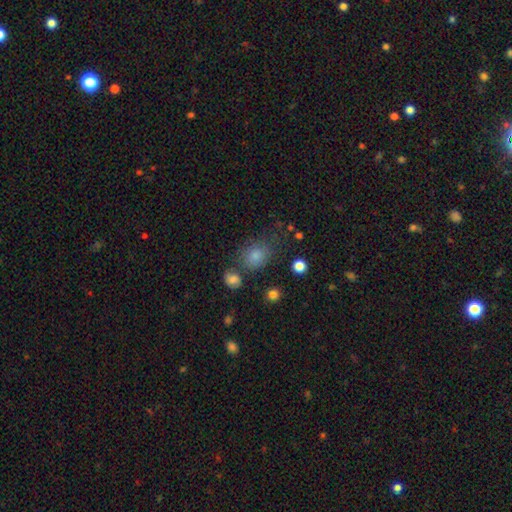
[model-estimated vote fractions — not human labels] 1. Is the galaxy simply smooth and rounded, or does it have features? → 79% smooth, 12% star or artifact, 9% featured or disk.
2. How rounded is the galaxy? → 57% round, 42% in between, 1% cigar-shaped.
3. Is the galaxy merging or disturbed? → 62% none, 19% minor disturbance, 10% merger, 9% major disturbance.